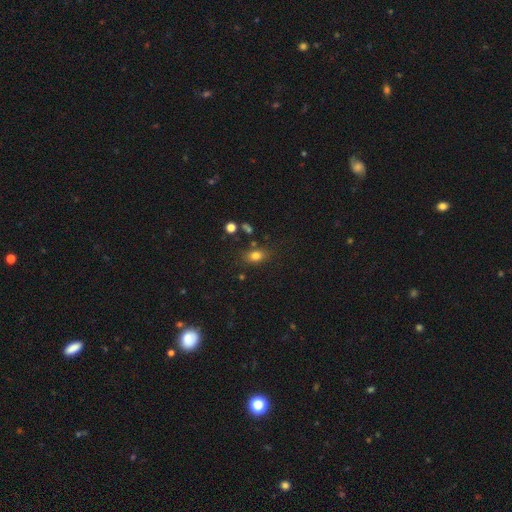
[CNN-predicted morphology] type=smooth (78%); roundness=in between (71%); merging=none (76%).